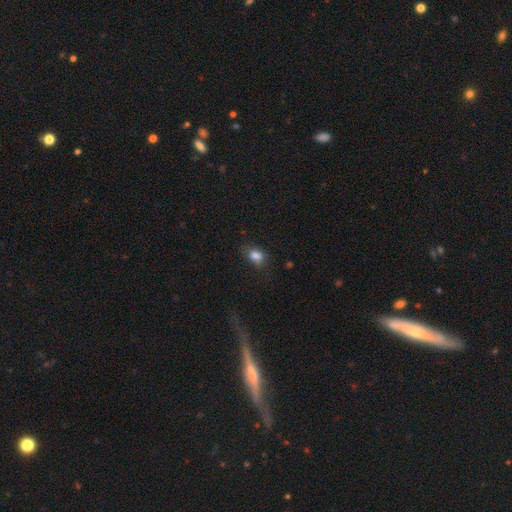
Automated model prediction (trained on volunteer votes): Smooth or featured?
  - smooth: 81% *
  - star or artifact: 11%
  - featured or disk: 8%
How rounded?
  - in between: 73% *
  - round: 26%
  - cigar-shaped: 2%
Merging?
  - none: 56% *
  - minor disturbance: 28%
  - major disturbance: 14%
  - merger: 3%